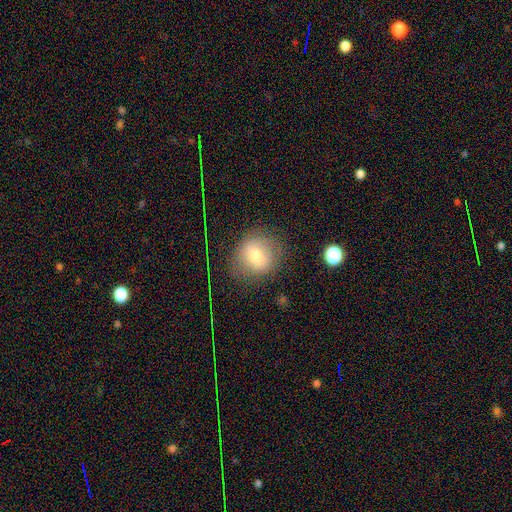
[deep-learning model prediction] Overall: smooth (67%). How rounded: round (78%). Merging: none (75%).